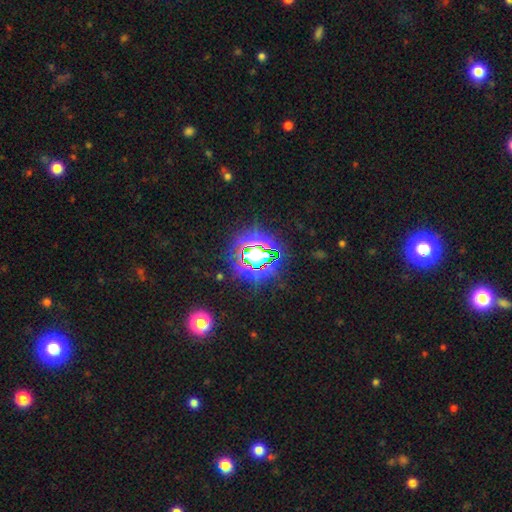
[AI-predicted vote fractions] Morphology: type=star or artifact (77%).